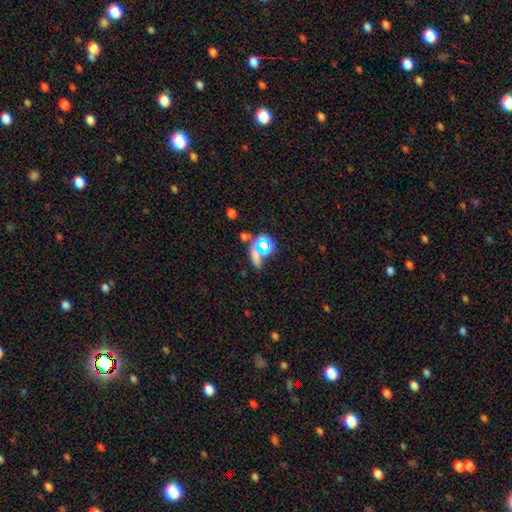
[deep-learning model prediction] smooth-or-featured: smooth: 46% | star or artifact: 40% | featured or disk: 14%
  merging: none: 46% | merger: 25% | minor disturbance: 14% | major disturbance: 14%